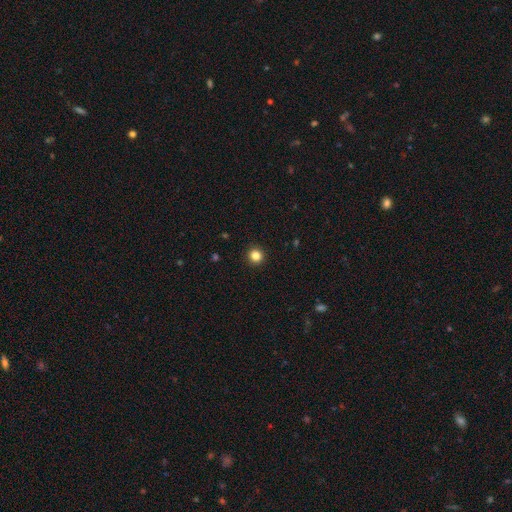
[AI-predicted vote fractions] A smooth galaxy with no disk features (84%) that is round (94%).

Vote fractions:
- Smooth or featured? smooth: 84% / star or artifact: 12% / featured or disk: 4%
- How rounded? round: 94% / in between: 5% / cigar-shaped: 1%
- Merging? none: 93% / minor disturbance: 4% / major disturbance: 1% / merger: 1%